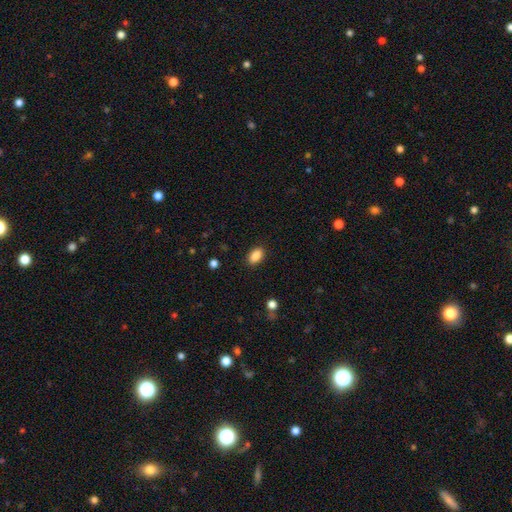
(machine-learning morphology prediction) This appears to be a smooth galaxy with no disk features (88%) that is in between round and cigar-shaped (89%). Merging: none (88%).